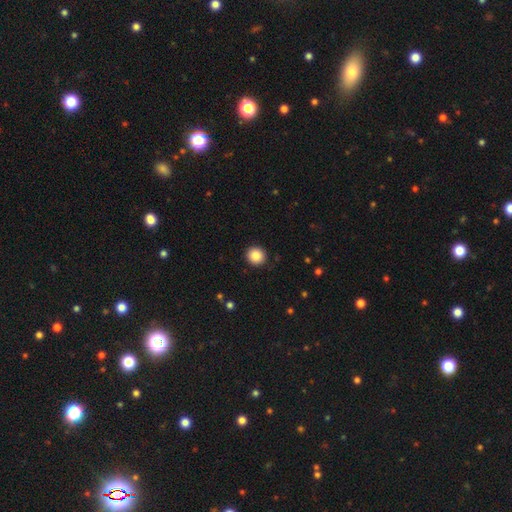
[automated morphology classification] This is clearly a smooth galaxy (87%). How rounded: clearly round (93%). Merging: clearly none (92%).